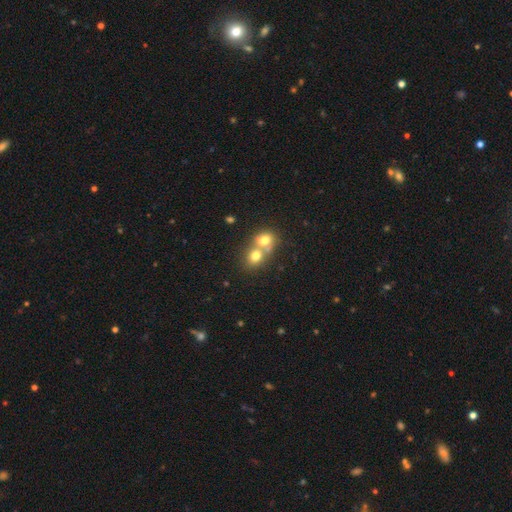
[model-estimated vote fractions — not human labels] smooth 72%, featured or disk 16%, star or artifact 12%. Down the decision tree: how rounded — round (70%); merging — merger (65%).